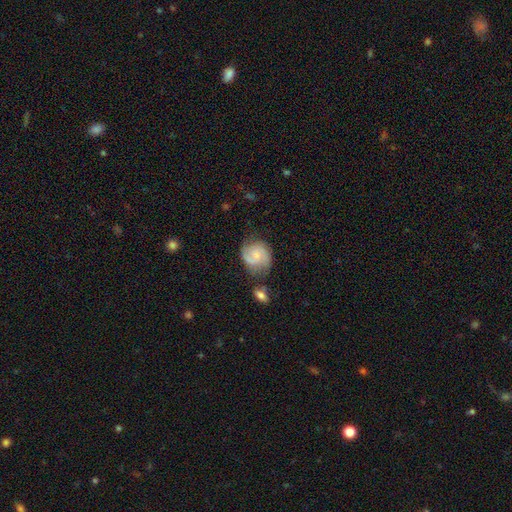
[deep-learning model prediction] This appears to be a featured or disk galaxy (62%) with no bar (66%), 2 (74%) medium (44%) spiral arms (90%) and a small central bulge (59%). Merging: none (59%).